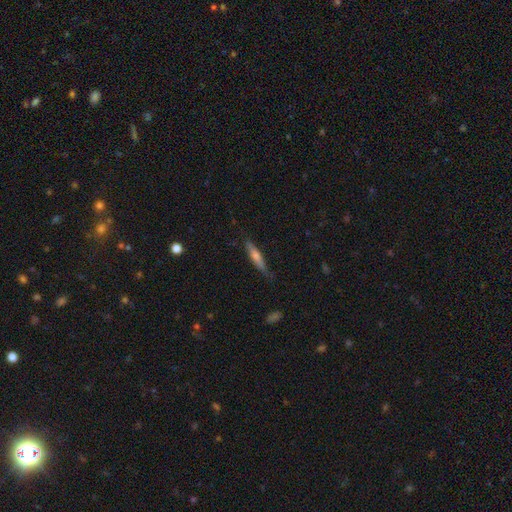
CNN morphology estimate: smooth-or-featured: featured or disk: 52% | smooth: 41% | star or artifact: 8%
  disk-edge-on: yes: 93% | no: 7%
  merging: none: 77% | minor disturbance: 18% | major disturbance: 4% | merger: 2%